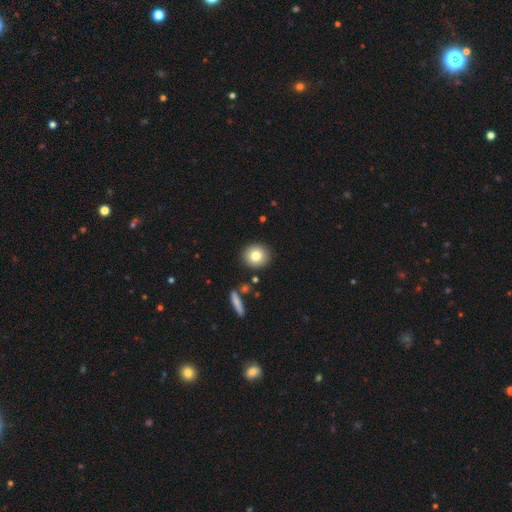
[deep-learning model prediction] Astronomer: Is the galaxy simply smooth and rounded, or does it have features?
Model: smooth — 79%.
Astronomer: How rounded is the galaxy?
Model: round — 87%.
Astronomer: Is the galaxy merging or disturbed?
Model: none — 88%.